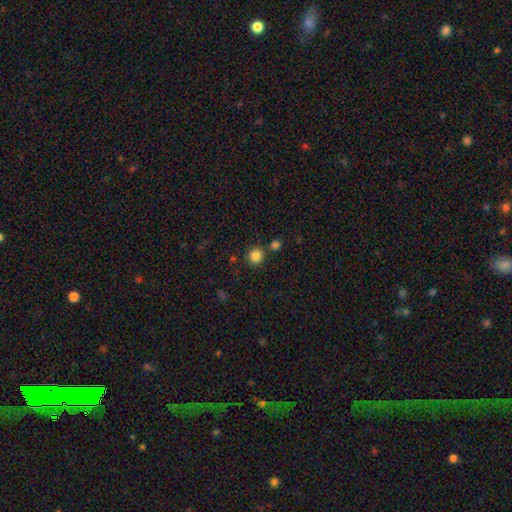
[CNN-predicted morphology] This appears to be a smooth galaxy with no disk features (84%) that is round (91%). Merging: none (81%).